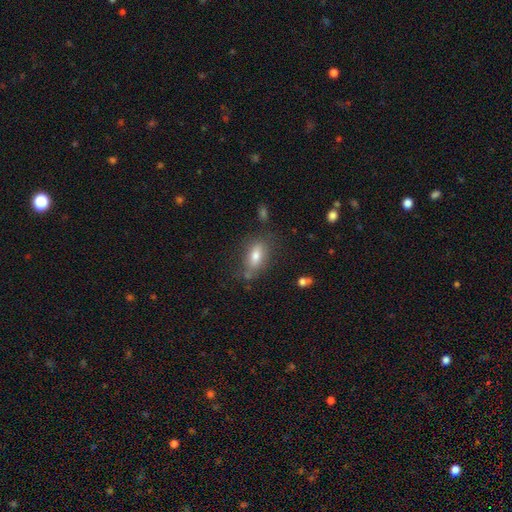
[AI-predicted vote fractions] A smooth galaxy with no disk features (74%) that is in between round and cigar-shaped (83%).

Vote fractions:
- Smooth or featured? smooth: 74% / featured or disk: 17% / star or artifact: 10%
- How rounded? in between: 83% / cigar-shaped: 11% / round: 6%
- Merging? none: 70% / minor disturbance: 19% / major disturbance: 6% / merger: 5%